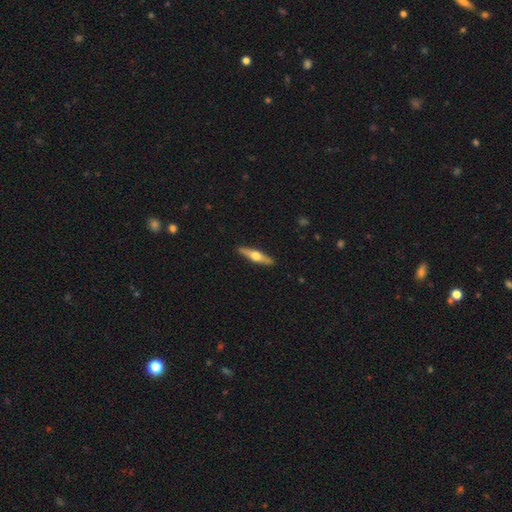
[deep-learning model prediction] smooth-or-featured: featured or disk: 59% | smooth: 36% | star or artifact: 5%
  disk-edge-on: yes: 95% | no: 5%
    edge-on-bulge: rounded: 95% | boxy: 3% | none: 3%
  merging: none: 91% | minor disturbance: 6% | major disturbance: 1% | merger: 1%